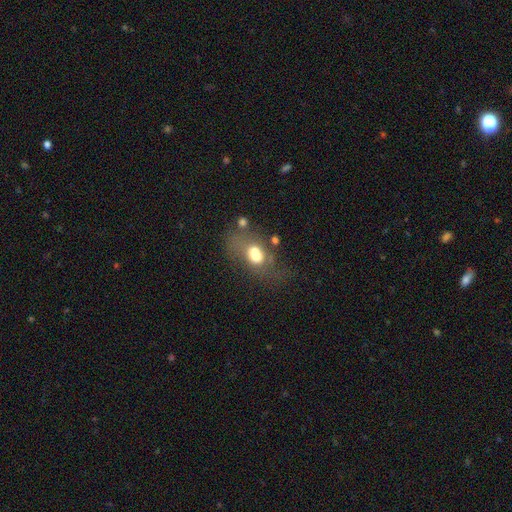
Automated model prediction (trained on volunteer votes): Overall: smooth (61%; featured or disk 26%). How rounded: in between (75%). Merging: none (30%; merger 28%).